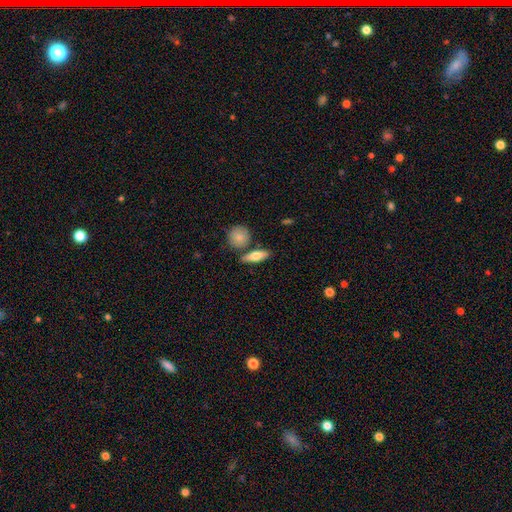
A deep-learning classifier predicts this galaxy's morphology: This appears to be a smooth galaxy with no disk features (69%) that is in between round and cigar-shaped (58%). Merging: none (73%).